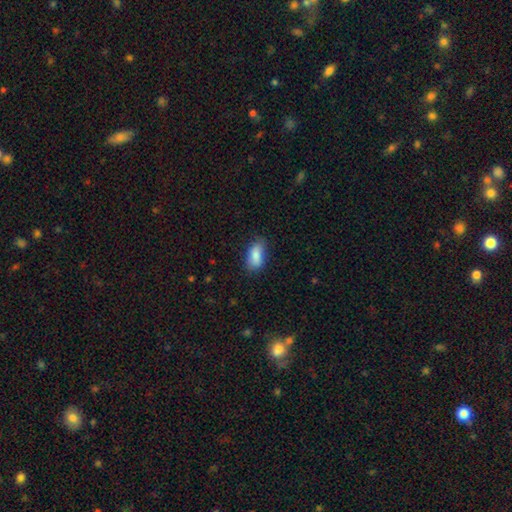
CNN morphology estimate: Q: Smooth or featured?
A: smooth (86%); runner-up: star or artifact (7%)
Q: How rounded?
A: in between (89%); runner-up: cigar-shaped (7%)
Q: Merging?
A: none (74%); runner-up: minor disturbance (20%)